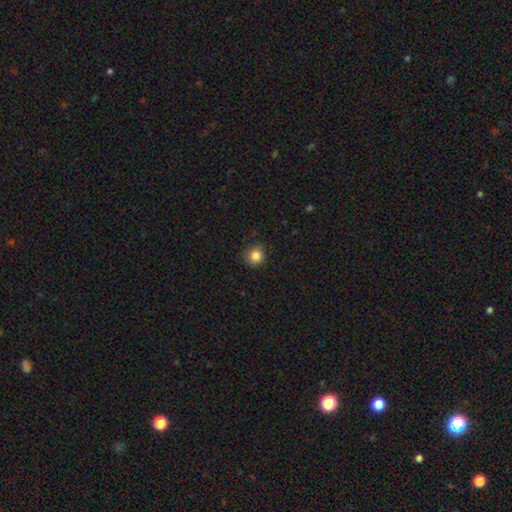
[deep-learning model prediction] This appears to be a smooth galaxy with no disk features (85%) that is round (85%). Merging: none (84%).